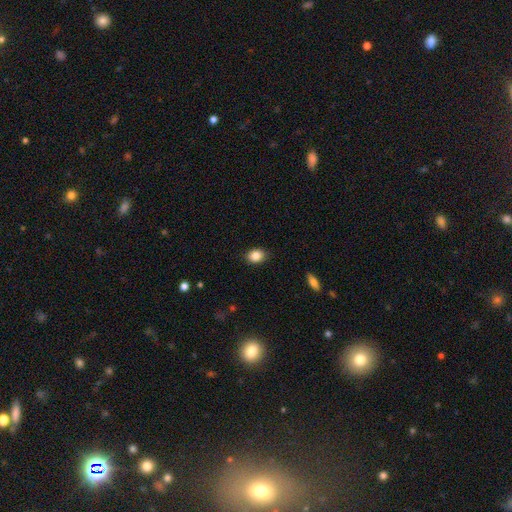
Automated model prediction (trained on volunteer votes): smooth 85%, star or artifact 9%, featured or disk 6%. Down the decision tree: how rounded — in between (63%); merging — none (88%).